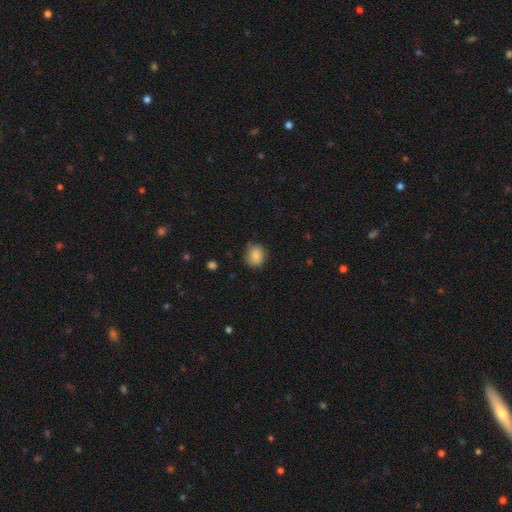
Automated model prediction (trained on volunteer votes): A smooth galaxy with no disk features (87%) that is round (64%).

Vote fractions:
- Smooth or featured? smooth: 87% / star or artifact: 8% / featured or disk: 5%
- How rounded? round: 64% / in between: 35% / cigar-shaped: 1%
- Merging? none: 78% / minor disturbance: 18% / major disturbance: 4% / merger: 1%